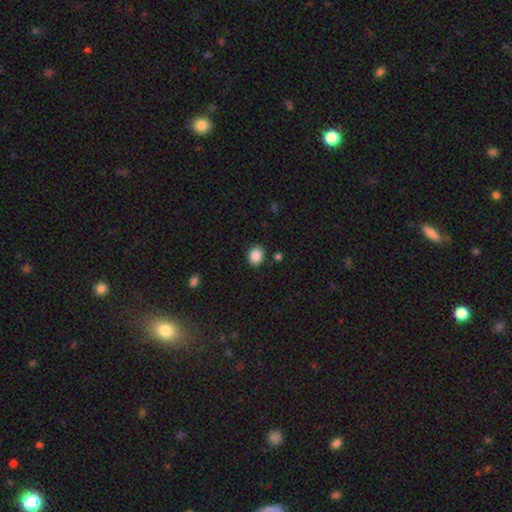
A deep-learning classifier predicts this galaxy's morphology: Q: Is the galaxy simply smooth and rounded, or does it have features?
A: smooth — 88%.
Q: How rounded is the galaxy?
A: round — 53%.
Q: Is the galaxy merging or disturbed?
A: none — 85%.